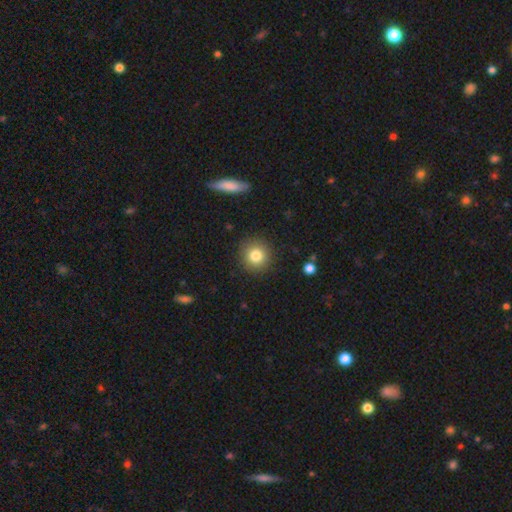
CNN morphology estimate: This is clearly a smooth galaxy (82%). How rounded: clearly round (93%). Merging: clearly none (90%).